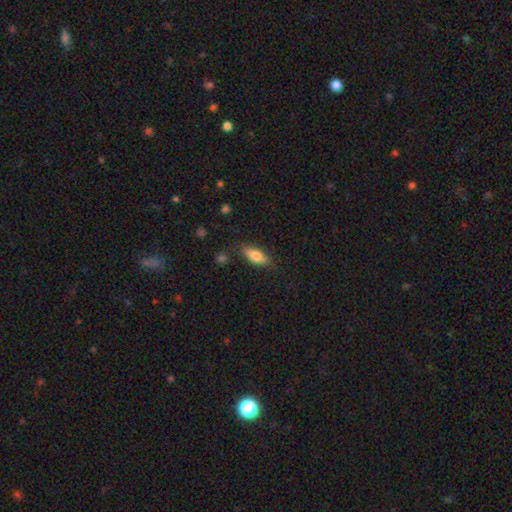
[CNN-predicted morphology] The model was most divided on "how rounded": in between: 76%, cigar-shaped: 21%, round: 3%. More confident: merging — none (83%); smooth or featured — smooth (77%).